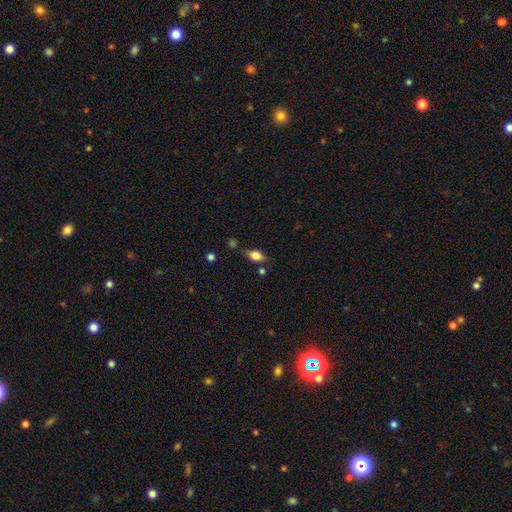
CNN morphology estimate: Q: Smooth or featured?
A: smooth (72%); runner-up: featured or disk (19%)
Q: How rounded?
A: in between (82%); runner-up: round (11%)
Q: Merging?
A: none (71%); runner-up: minor disturbance (18%)